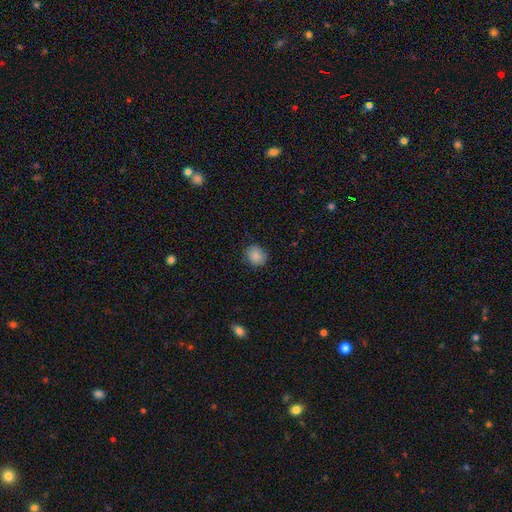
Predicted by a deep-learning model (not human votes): This is clearly a smooth galaxy (86%). How rounded: likely round (76%). Merging: clearly none (85%).